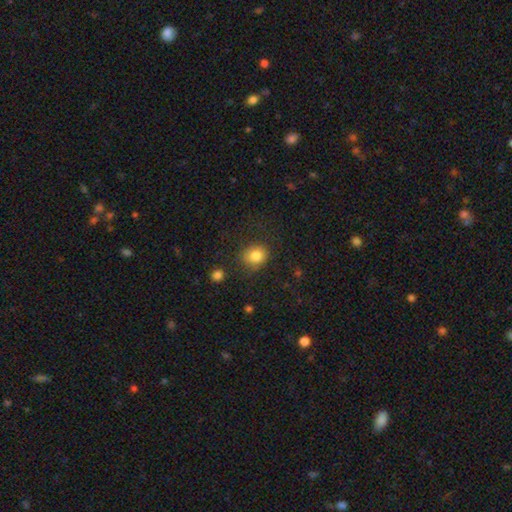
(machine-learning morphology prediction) Smooth or featured? Predicted: smooth (p=0.83). How rounded? Predicted: round (p=0.78). Merging? Predicted: none (p=0.76).